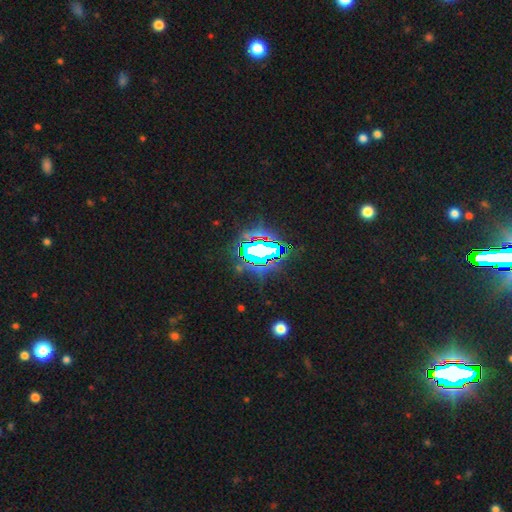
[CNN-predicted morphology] Smooth or featured: star or artifact — 71% (featured or disk — 15%)